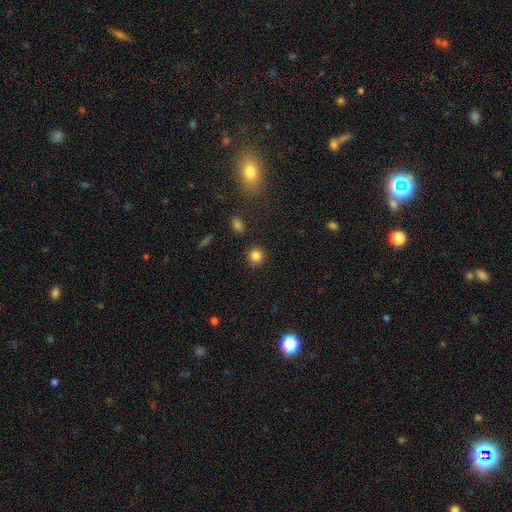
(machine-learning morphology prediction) The model was most divided on "smooth or featured": smooth: 83%, star or artifact: 12%, featured or disk: 5%. More confident: how rounded — round (90%); merging — none (86%).